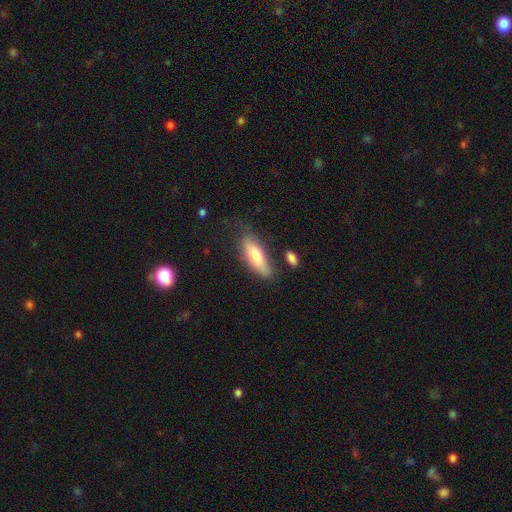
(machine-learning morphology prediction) Smooth or featured? smooth (73%)
How rounded? in between (63%)
Merging? none (62%)